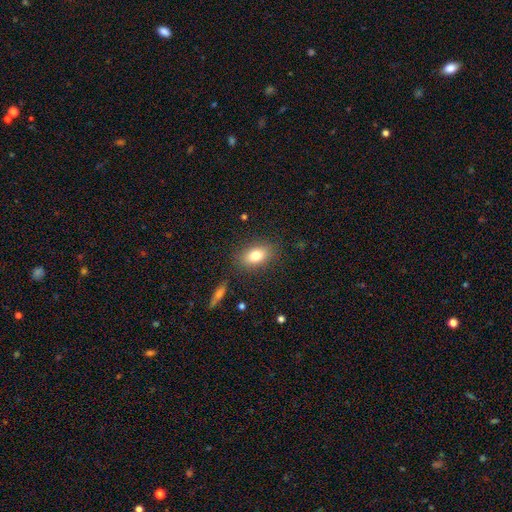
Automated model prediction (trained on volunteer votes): Smooth or featured? Predicted: smooth (p=0.79). How rounded? Predicted: in between (p=0.83). Merging? Predicted: none (p=0.84).